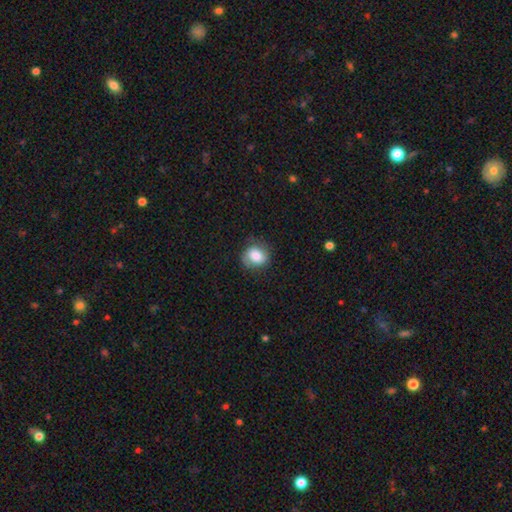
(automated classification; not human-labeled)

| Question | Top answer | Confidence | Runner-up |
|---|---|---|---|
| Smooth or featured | smooth | 77% | featured or disk (14%) |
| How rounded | round | 64% | in between (35%) |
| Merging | none | 69% | minor disturbance (22%) |